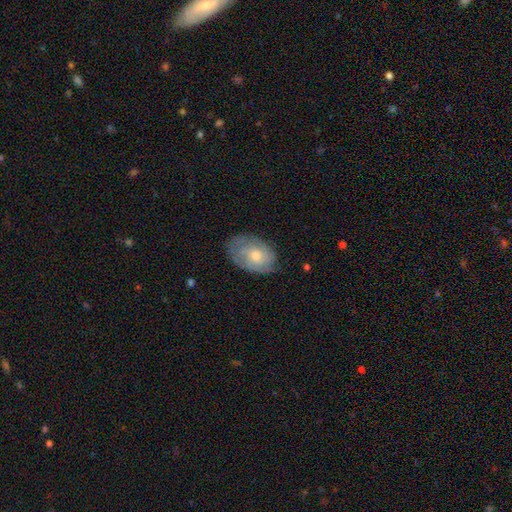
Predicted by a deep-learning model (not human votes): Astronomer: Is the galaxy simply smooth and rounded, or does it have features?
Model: featured or disk — 55% (runner-up: smooth, 39%).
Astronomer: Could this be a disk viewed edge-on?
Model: no — 95%.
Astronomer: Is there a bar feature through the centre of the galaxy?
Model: no — 79%.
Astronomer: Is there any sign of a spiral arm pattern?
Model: yes — 75%.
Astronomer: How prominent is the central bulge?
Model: moderate — 59% (runner-up: small, 35%).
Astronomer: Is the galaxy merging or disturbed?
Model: none — 71%.